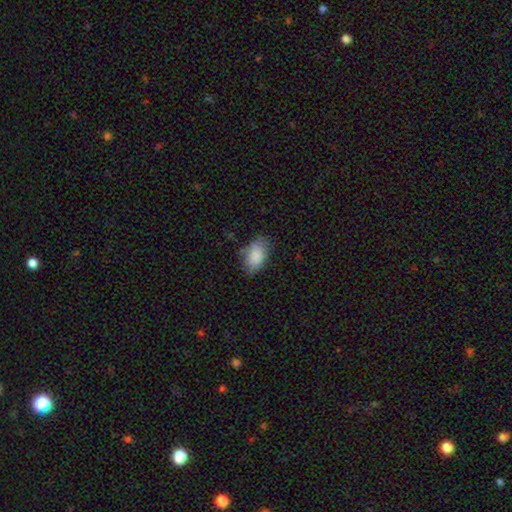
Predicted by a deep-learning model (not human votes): Overall: smooth (87%). How rounded: in between (92%). Merging: none (70%).